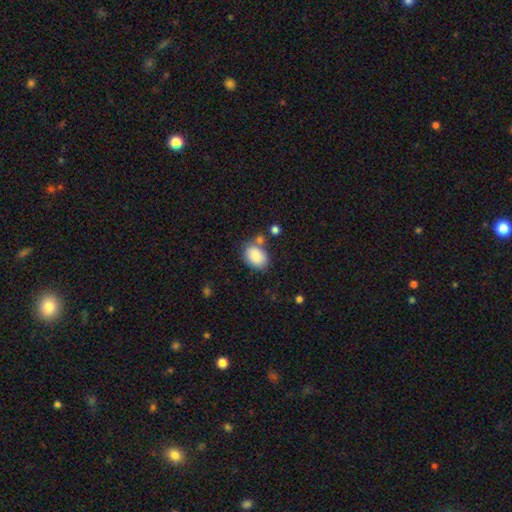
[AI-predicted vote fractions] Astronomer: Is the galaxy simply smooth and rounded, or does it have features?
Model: smooth — 86%.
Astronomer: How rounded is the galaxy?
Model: in between — 77%.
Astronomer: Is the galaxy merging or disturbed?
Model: none — 63%.